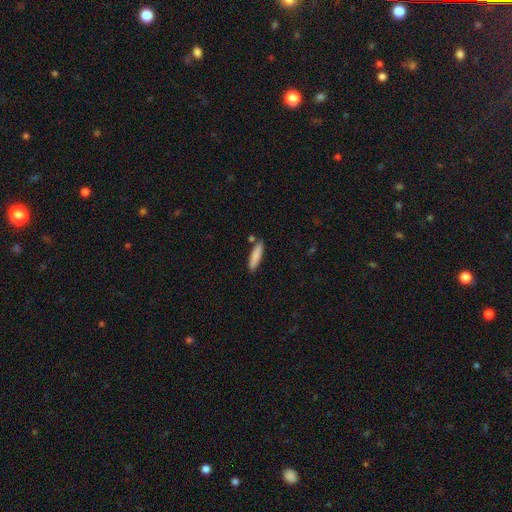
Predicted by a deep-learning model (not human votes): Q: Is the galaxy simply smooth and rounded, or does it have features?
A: smooth — 84%.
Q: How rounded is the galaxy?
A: cigar-shaped — 75%.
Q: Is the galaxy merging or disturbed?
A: none — 81%.